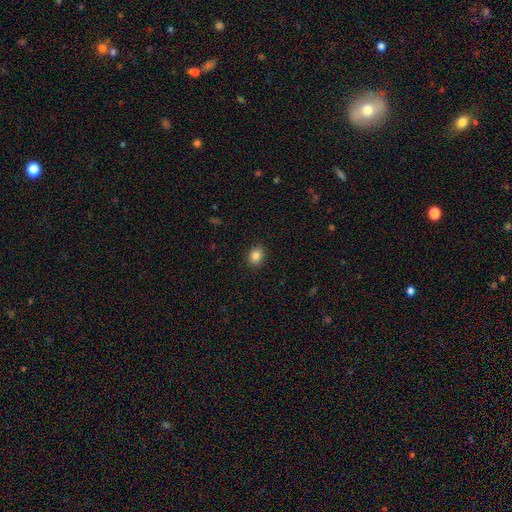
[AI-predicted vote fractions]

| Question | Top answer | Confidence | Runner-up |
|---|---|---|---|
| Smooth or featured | smooth | 84% | star or artifact (10%) |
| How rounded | round | 61% | in between (38%) |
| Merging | none | 89% | minor disturbance (8%) |